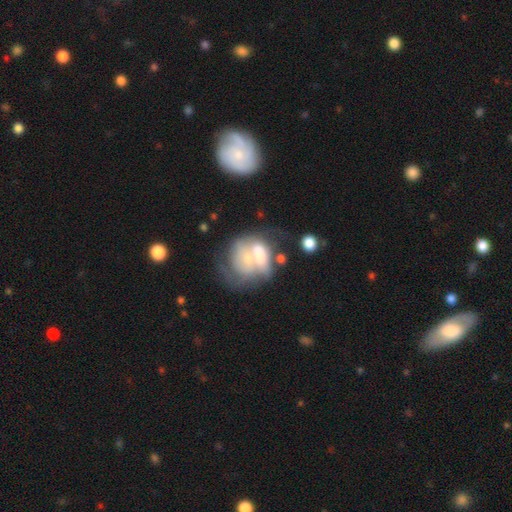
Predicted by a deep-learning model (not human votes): Smooth or featured? Predicted: featured or disk (p=0.49). Merging? Predicted: merger (p=0.55).